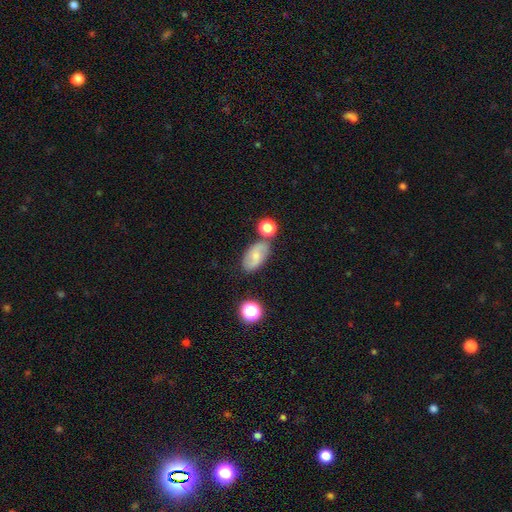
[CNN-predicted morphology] Smooth or featured: smooth — 55% (featured or disk — 35%)
How rounded: in between — 89% (round — 8%)
Merging: none — 68% (minor disturbance — 17%)